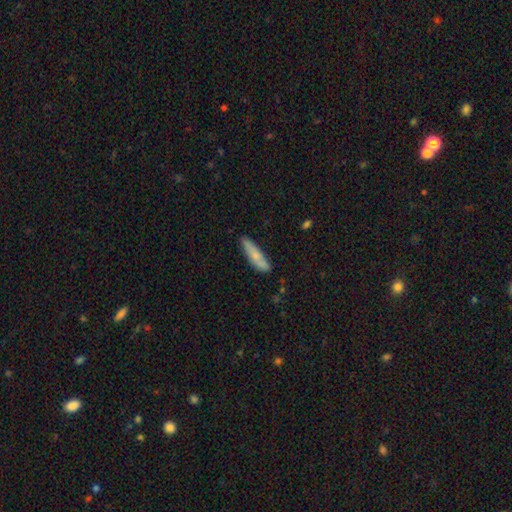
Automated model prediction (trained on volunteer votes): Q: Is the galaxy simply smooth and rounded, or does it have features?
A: smooth — 70%.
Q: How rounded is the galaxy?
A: cigar-shaped — 76%.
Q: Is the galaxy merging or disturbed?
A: none — 77%.